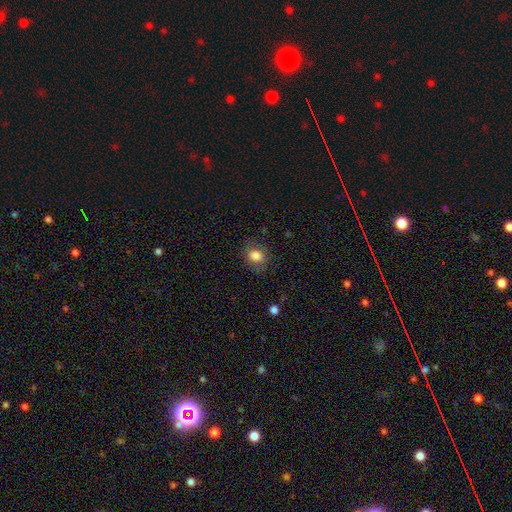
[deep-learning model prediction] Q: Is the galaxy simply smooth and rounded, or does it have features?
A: smooth — 82%.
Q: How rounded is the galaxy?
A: round — 57%.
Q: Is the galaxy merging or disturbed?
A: none — 78%.